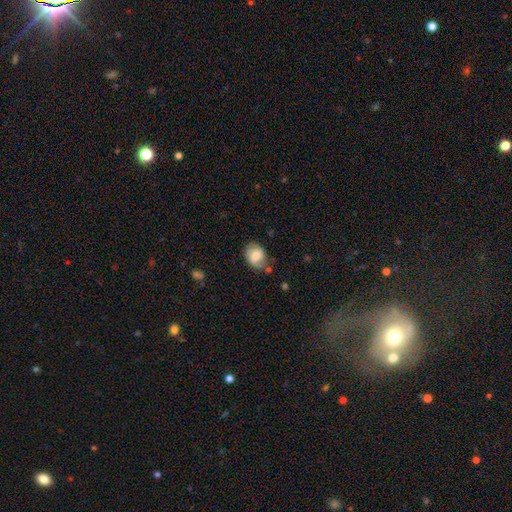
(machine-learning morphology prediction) A smooth galaxy with no disk features (65%) that is in between round and cigar-shaped (64%). Merging: none (57%).